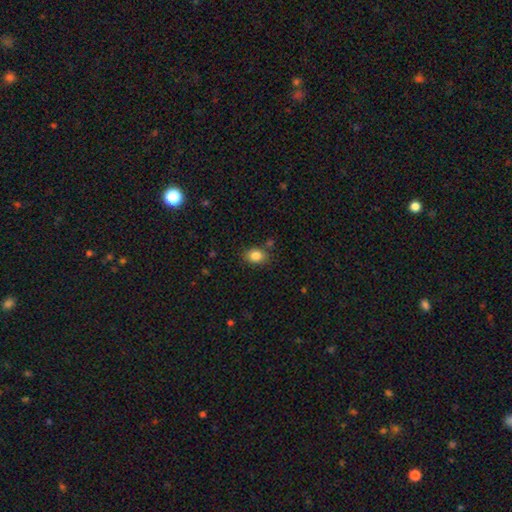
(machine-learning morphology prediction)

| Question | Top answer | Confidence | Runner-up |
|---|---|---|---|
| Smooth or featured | smooth | 85% | star or artifact (10%) |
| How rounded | in between | 62% | round (37%) |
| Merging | none | 79% | minor disturbance (13%) |